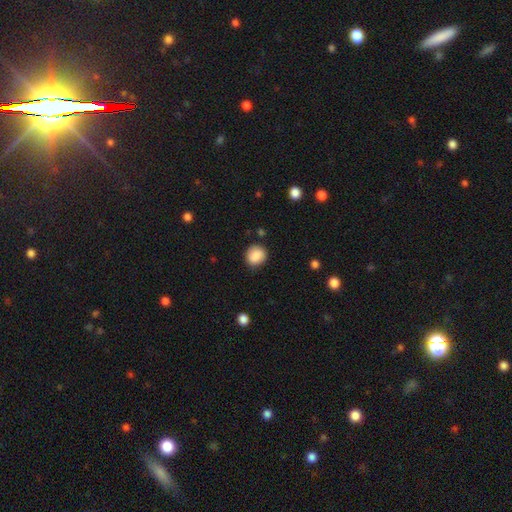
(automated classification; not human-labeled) Smooth or featured? smooth (86%)
How rounded? round (80%)
Merging? none (83%)